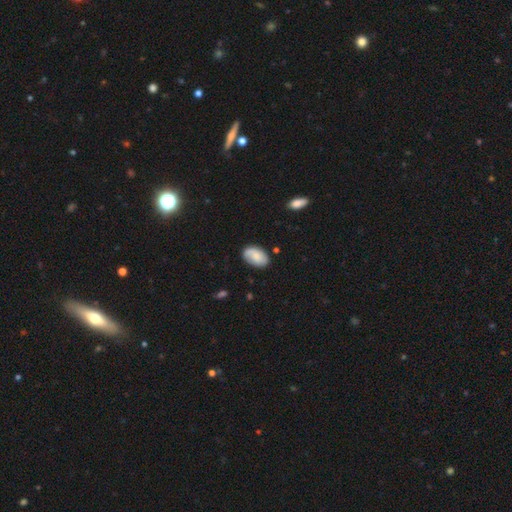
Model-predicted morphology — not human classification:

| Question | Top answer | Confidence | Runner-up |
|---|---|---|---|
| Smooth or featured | smooth | 66% | featured or disk (26%) |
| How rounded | in between | 89% | round (9%) |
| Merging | none | 74% | minor disturbance (20%) |